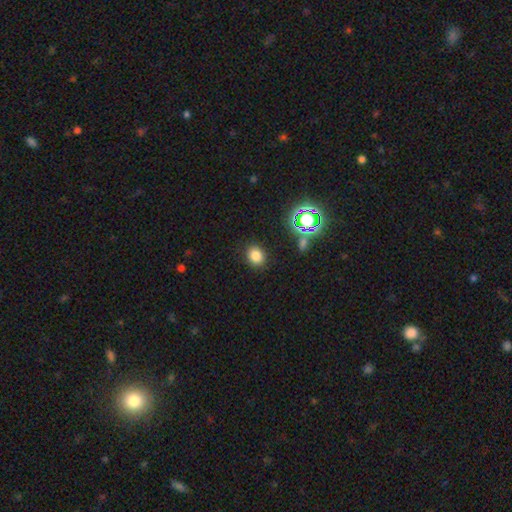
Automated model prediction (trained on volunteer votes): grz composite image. It shows a smooth galaxy with no disk features (78%) that is round (51%). Merging: none (87%).